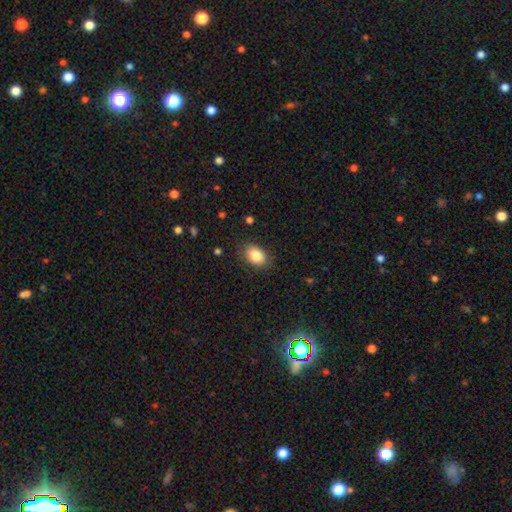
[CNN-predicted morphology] smooth_or_featured: smooth (p=0.85) [alt: star or artifact p=0.08]
how_rounded: in between (p=0.83) [alt: round p=0.15]
merging: none (p=0.85) [alt: minor disturbance p=0.11]